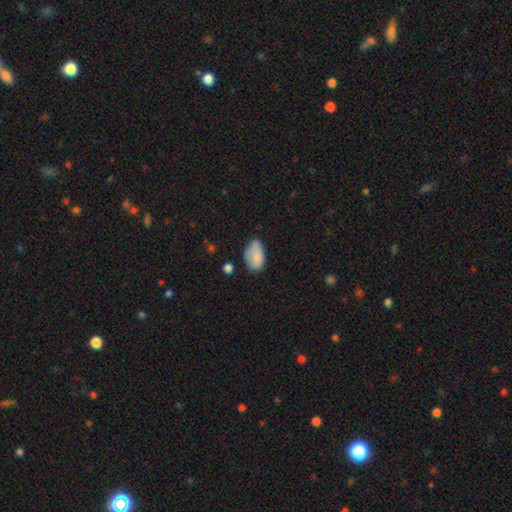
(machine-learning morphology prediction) The model was most divided on "merging": none: 48%, minor disturbance: 37%, major disturbance: 11%, merger: 4%. More confident: how rounded — in between (91%); smooth or featured — smooth (83%).